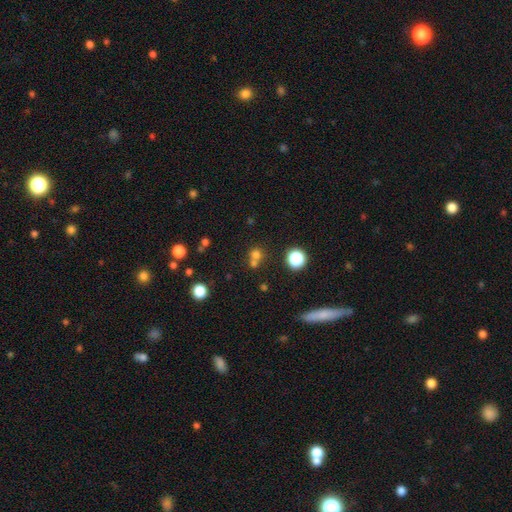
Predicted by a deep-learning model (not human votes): smooth 67%, star or artifact 22%, featured or disk 12%. Down the decision tree: how rounded — round (84%); merging — merger (46%).